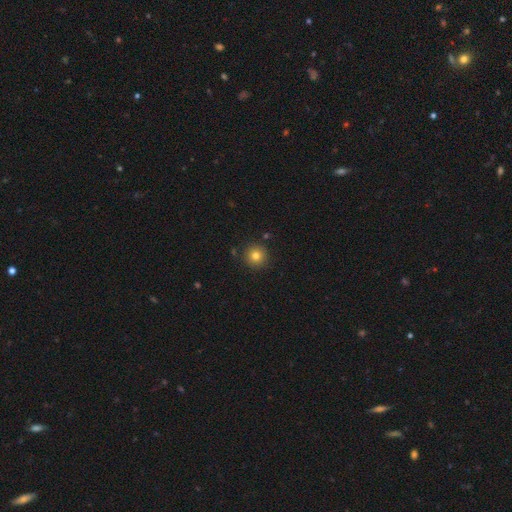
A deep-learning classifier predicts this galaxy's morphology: The model was most divided on "smooth or featured": smooth: 79%, star or artifact: 13%, featured or disk: 8%. More confident: how rounded — round (95%); merging — none (88%).